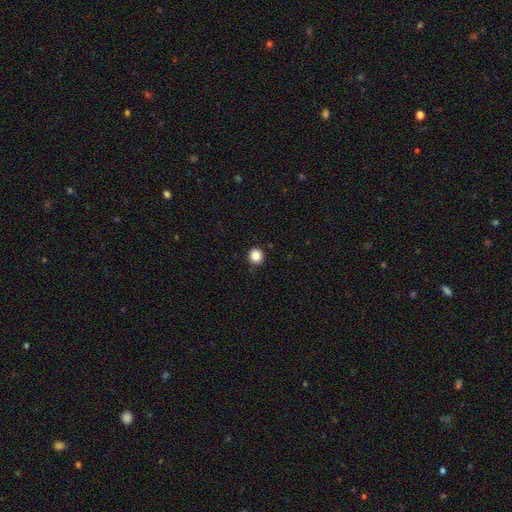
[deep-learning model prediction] Smooth or featured: smooth — 87% (star or artifact — 10%)
How rounded: round — 89% (in between — 10%)
Merging: none — 91% (minor disturbance — 6%)